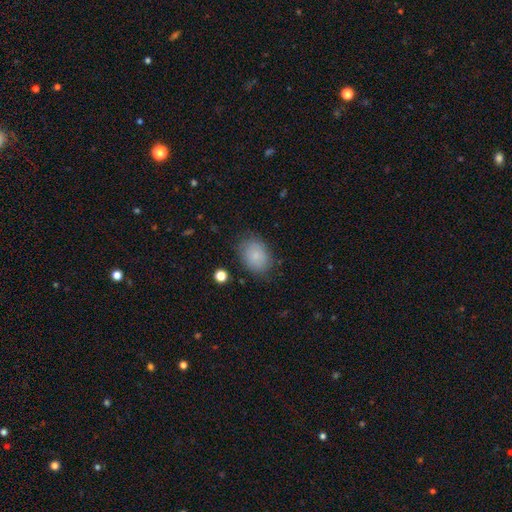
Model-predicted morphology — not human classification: A smooth galaxy with no disk features (80%) that is in between round and cigar-shaped (70%).

Vote fractions:
- Smooth or featured? smooth: 80% / featured or disk: 12% / star or artifact: 8%
- How rounded? in between: 70% / round: 29% / cigar-shaped: 1%
- Merging? none: 76% / minor disturbance: 17% / major disturbance: 5% / merger: 2%